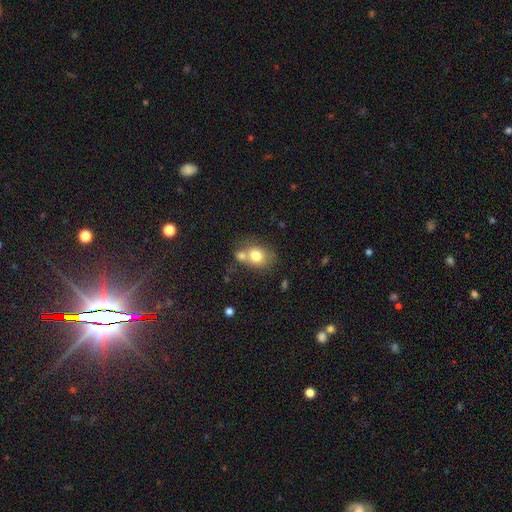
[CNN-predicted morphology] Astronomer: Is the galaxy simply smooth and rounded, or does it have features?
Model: smooth — 75%.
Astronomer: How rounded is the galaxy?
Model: round — 53% (runner-up: in between, 46%).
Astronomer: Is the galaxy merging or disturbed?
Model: merger — 42% (runner-up: none, 40%).